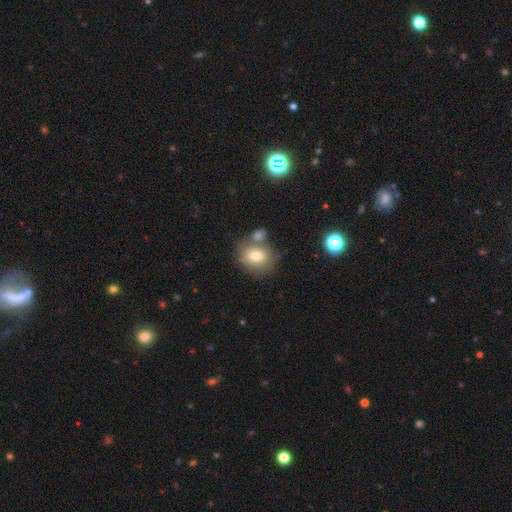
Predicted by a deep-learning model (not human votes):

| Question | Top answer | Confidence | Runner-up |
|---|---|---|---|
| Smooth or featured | smooth | 76% | featured or disk (14%) |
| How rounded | round | 61% | in between (38%) |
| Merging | none | 56% | merger (26%) |